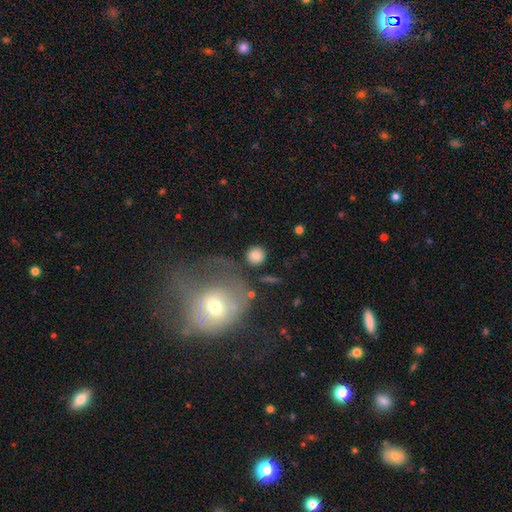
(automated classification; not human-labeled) A smooth galaxy with no disk features (81%) that is round (92%). Merging: none (80%).